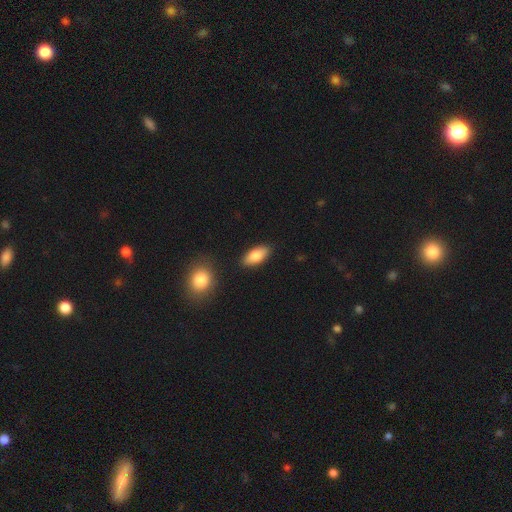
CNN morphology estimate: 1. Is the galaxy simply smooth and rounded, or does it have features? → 81% smooth, 12% featured or disk, 6% star or artifact.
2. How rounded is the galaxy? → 90% in between, 7% cigar-shaped, 3% round.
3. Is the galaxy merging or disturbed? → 86% none, 9% minor disturbance, 3% merger, 2% major disturbance.